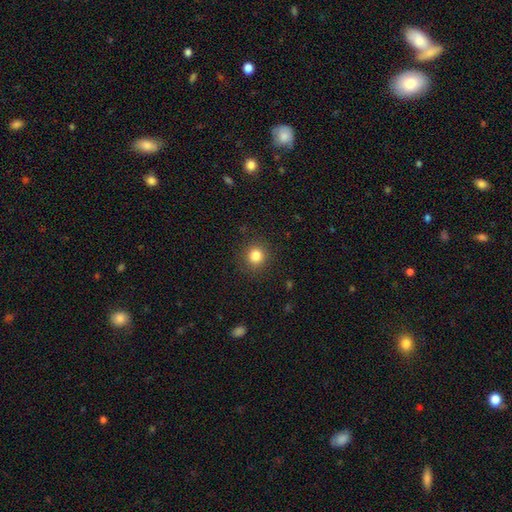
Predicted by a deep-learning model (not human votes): Q: Smooth or featured?
A: smooth (83%); runner-up: star or artifact (12%)
Q: How rounded?
A: round (91%); runner-up: in between (9%)
Q: Merging?
A: none (89%); runner-up: minor disturbance (7%)